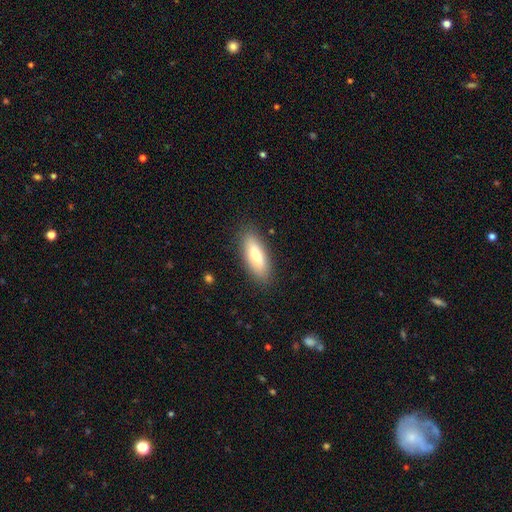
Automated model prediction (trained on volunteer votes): smooth 73%, featured or disk 20%, star or artifact 7%. Down the decision tree: how rounded — in between (71%); merging — none (87%).